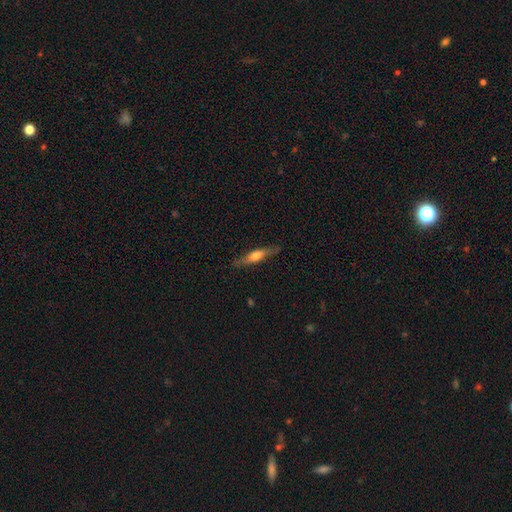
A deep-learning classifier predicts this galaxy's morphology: This is possibly a smooth galaxy (48%). Merging: clearly none (82%).